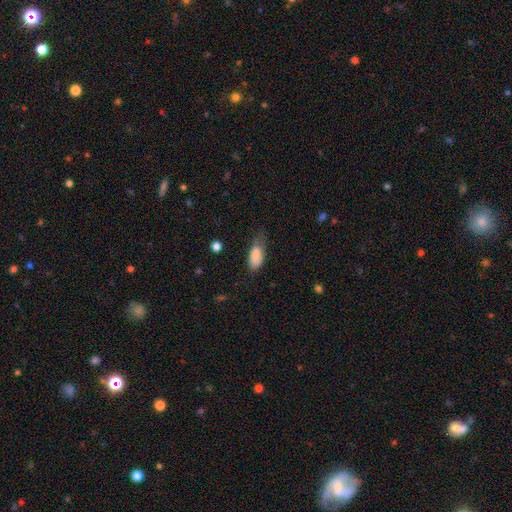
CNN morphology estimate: A smooth galaxy with no disk features (83%) that is in between round and cigar-shaped (88%).

Vote fractions:
- Smooth or featured? smooth: 83% / featured or disk: 10% / star or artifact: 7%
- How rounded? in between: 88% / cigar-shaped: 9% / round: 3%
- Merging? minor disturbance: 40% / none: 38% / major disturbance: 20% / merger: 2%